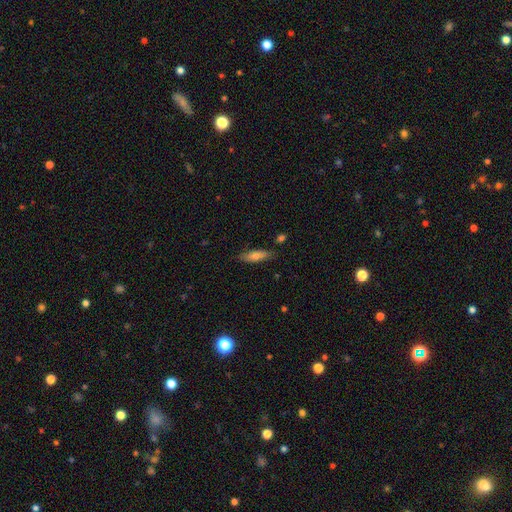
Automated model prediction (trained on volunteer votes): Overall: smooth (70%). How rounded: cigar-shaped (58%; in between 40%). Merging: none (81%).